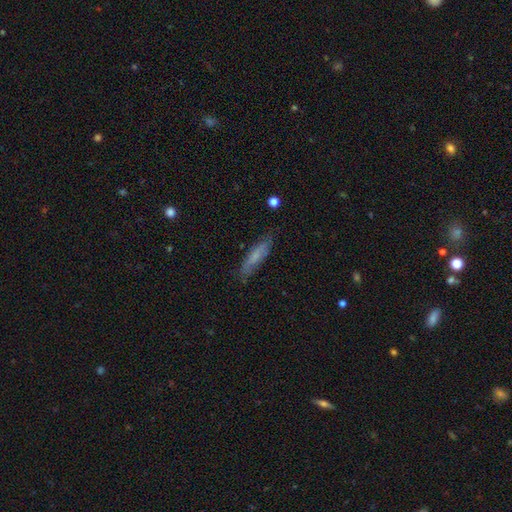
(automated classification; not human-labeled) Morphology: type=smooth (59%); roundness=cigar-shaped (74%); merging=none (78%).